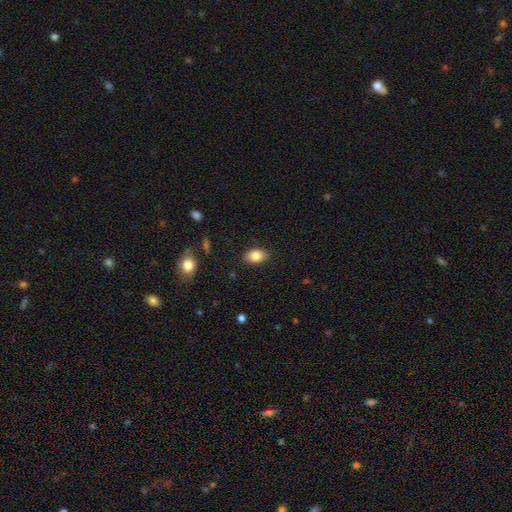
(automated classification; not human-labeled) This is clearly a smooth galaxy (83%). How rounded: clearly in between (86%). Merging: clearly none (86%).